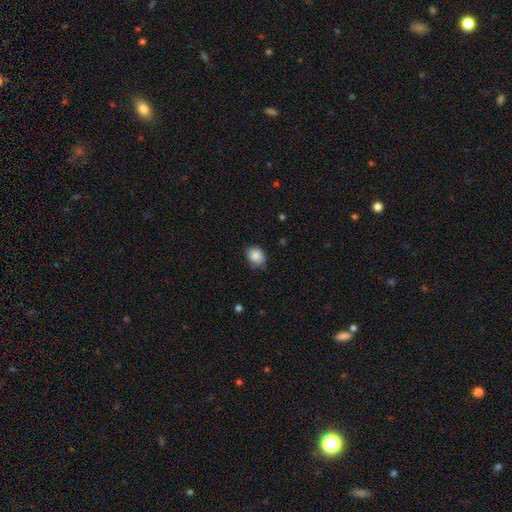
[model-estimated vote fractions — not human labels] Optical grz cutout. It shows a smooth galaxy with no disk features (86%) that is in between round and cigar-shaped (55%). Merging: none (72%).